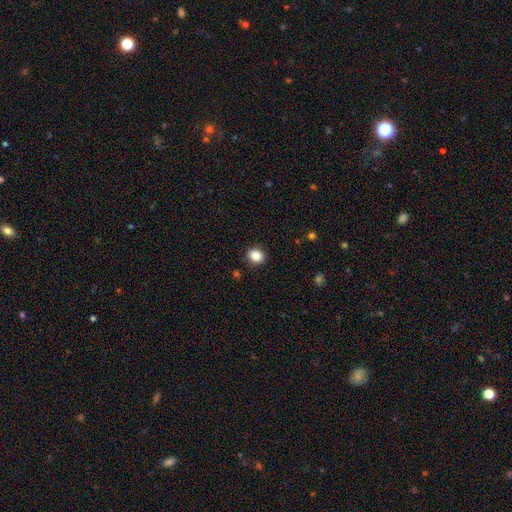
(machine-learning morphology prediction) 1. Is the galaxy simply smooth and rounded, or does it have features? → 86% smooth, 10% star or artifact, 4% featured or disk.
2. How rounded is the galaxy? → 63% round, 36% in between, 1% cigar-shaped.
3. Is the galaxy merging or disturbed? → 91% none, 6% minor disturbance, 2% major disturbance, 1% merger.